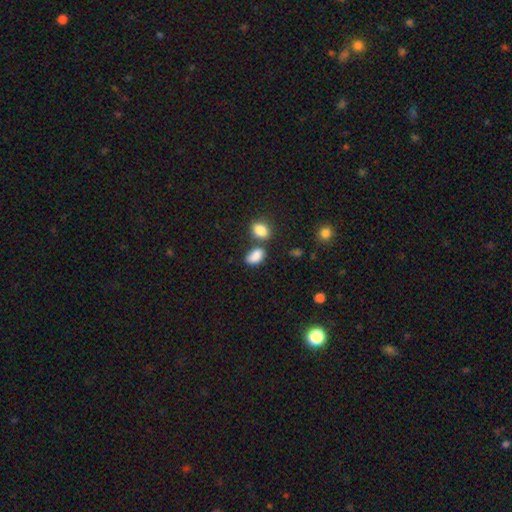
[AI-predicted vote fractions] The model was most divided on "merging": none: 53%, merger: 26%, minor disturbance: 16%, major disturbance: 6%. More confident: how rounded — in between (88%); smooth or featured — smooth (86%).